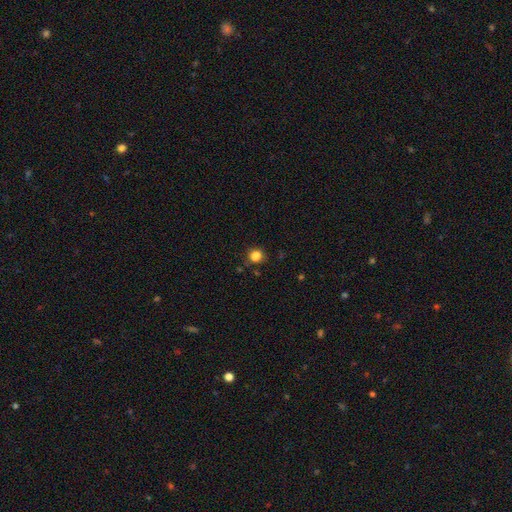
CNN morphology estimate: This appears to be a smooth galaxy with no disk features (83%) that is round (85%). Merging: none (81%).